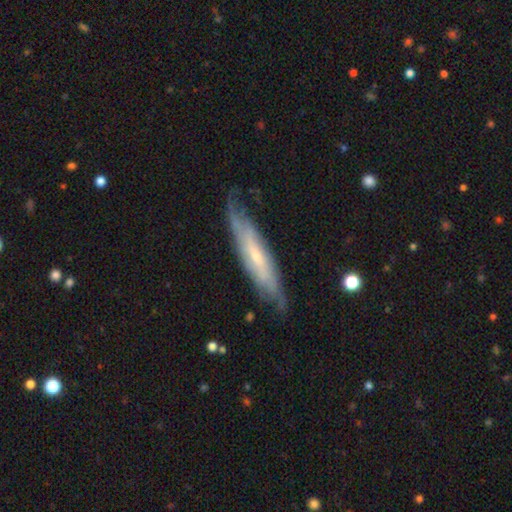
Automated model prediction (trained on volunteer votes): featured or disk 71%, smooth 23%, star or artifact 6%. Down the decision tree: edge-on disk — yes (51%); merging — none (71%).